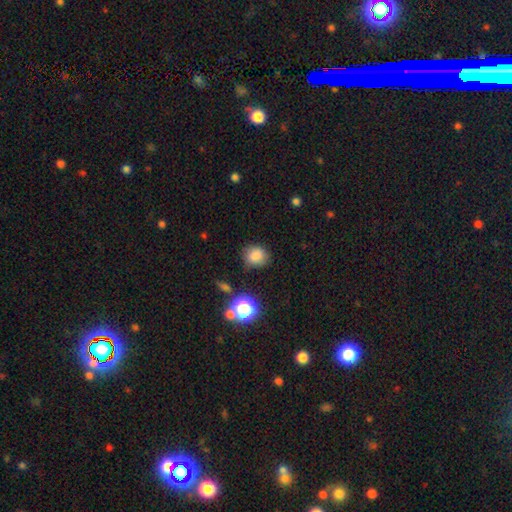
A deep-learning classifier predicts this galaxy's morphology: smooth 81%, star or artifact 13%, featured or disk 6%. Down the decision tree: how rounded — round (69%); merging — none (76%).